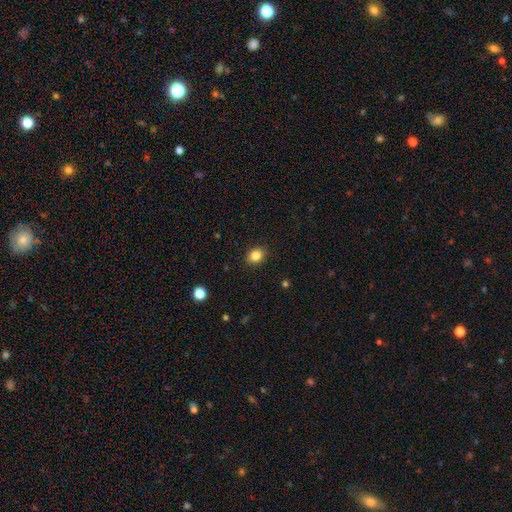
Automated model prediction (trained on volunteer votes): This appears to be a smooth galaxy with no disk features (84%) that is round (58%). Merging: none (90%).